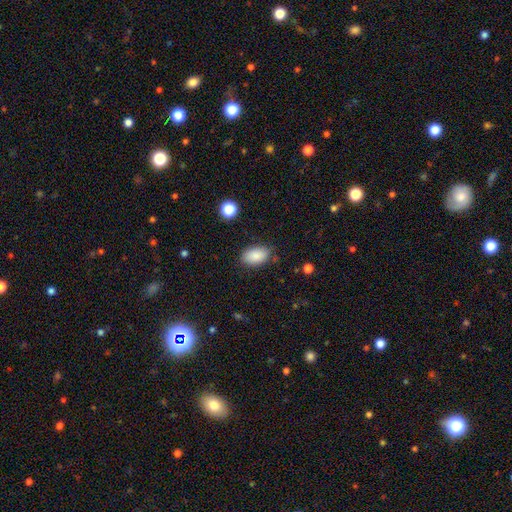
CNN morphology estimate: Q: Smooth or featured?
A: smooth (88%); runner-up: star or artifact (8%)
Q: How rounded?
A: in between (92%); runner-up: round (6%)
Q: Merging?
A: none (80%); runner-up: minor disturbance (15%)